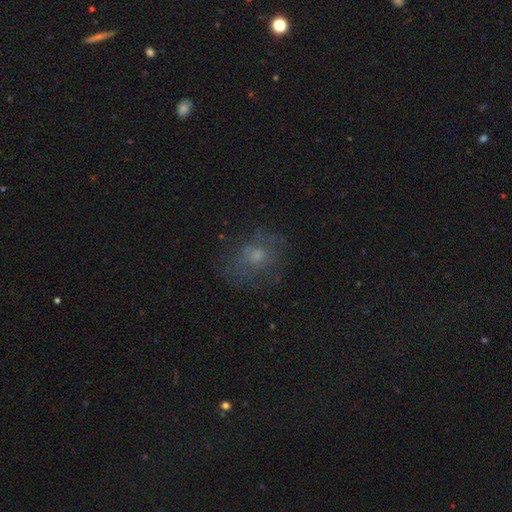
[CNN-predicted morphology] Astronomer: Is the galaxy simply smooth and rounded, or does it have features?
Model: smooth — 46% (runner-up: featured or disk, 37%).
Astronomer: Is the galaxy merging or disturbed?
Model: none — 63%.